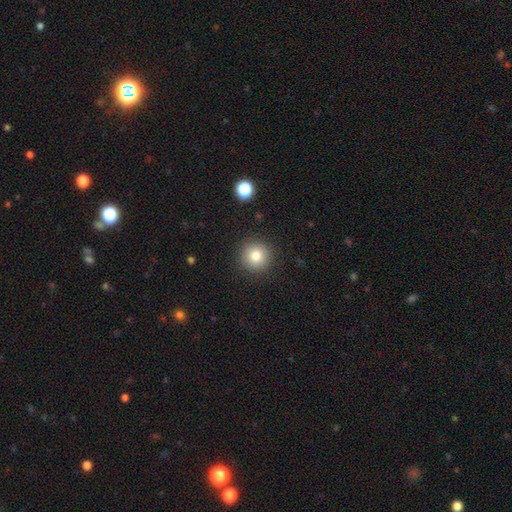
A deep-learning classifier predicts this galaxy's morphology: smooth_or_featured: smooth (p=0.81) [alt: star or artifact p=0.11]
how_rounded: round (p=0.94) [alt: in between p=0.05]
merging: none (p=0.90) [alt: minor disturbance p=0.06]